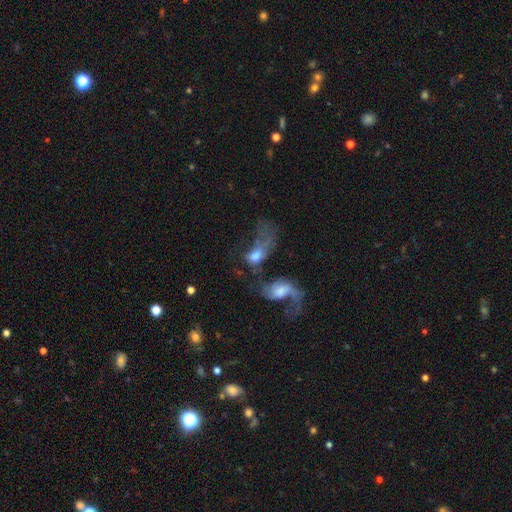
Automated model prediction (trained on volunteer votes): Q: Smooth or featured?
A: featured or disk (46%); runner-up: smooth (43%)
Q: Merging?
A: merger (51%); runner-up: major disturbance (29%)